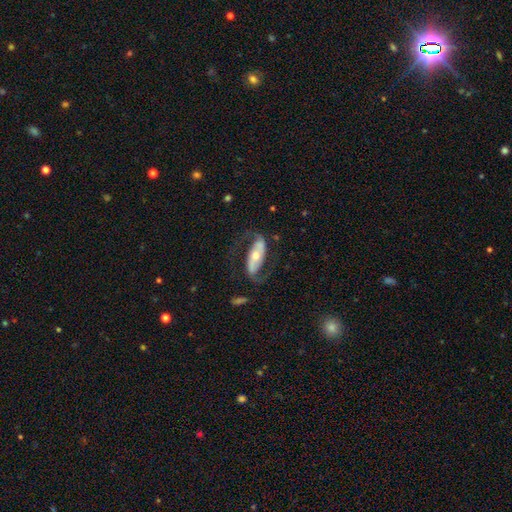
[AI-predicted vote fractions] This appears to be a featured or disk galaxy (80%) with a strong bar (44%), 2 (91%) loose (53%) spiral arms (93%) and a moderate central bulge (53%). Merging: none (69%).